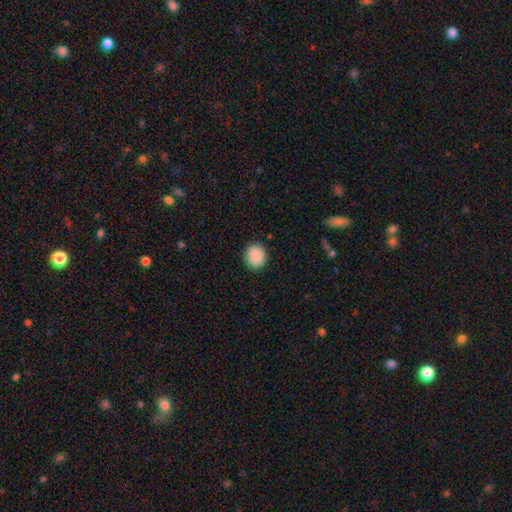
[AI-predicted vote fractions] The model was most divided on "how rounded": round: 79%, in between: 20%, cigar-shaped: 1%. More confident: merging — none (89%); smooth or featured — smooth (89%).